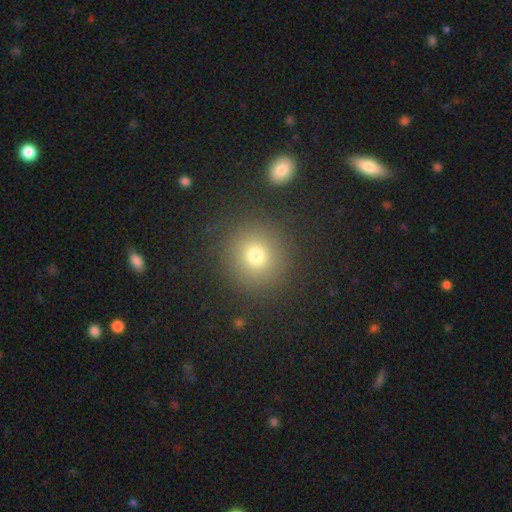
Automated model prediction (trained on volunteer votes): smooth_or_featured: smooth (p=0.75) [alt: star or artifact p=0.16]
how_rounded: round (p=0.91) [alt: in between p=0.08]
merging: none (p=0.88) [alt: minor disturbance p=0.07]